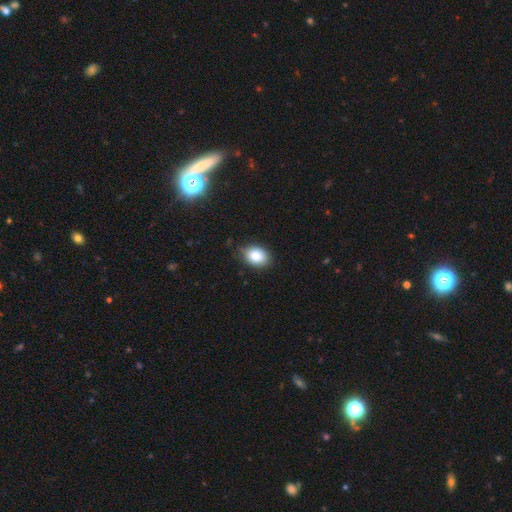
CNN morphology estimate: smooth_or_featured: smooth (p=0.84) [alt: star or artifact p=0.09]
how_rounded: in between (p=0.70) [alt: round p=0.29]
merging: none (p=0.82) [alt: minor disturbance p=0.14]